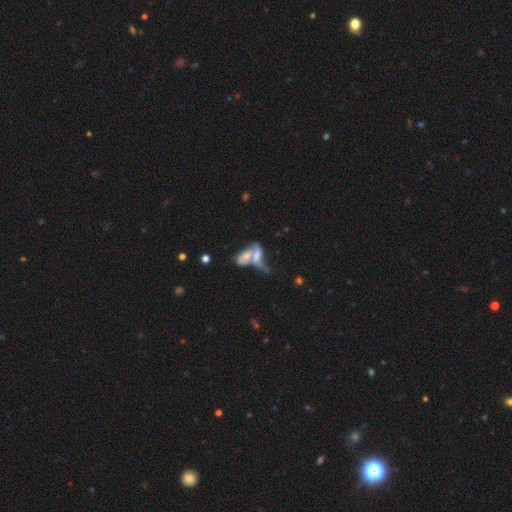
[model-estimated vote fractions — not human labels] Q: Smooth or featured?
A: featured or disk (46%); runner-up: smooth (43%)
Q: Merging?
A: merger (70%); runner-up: none (14%)